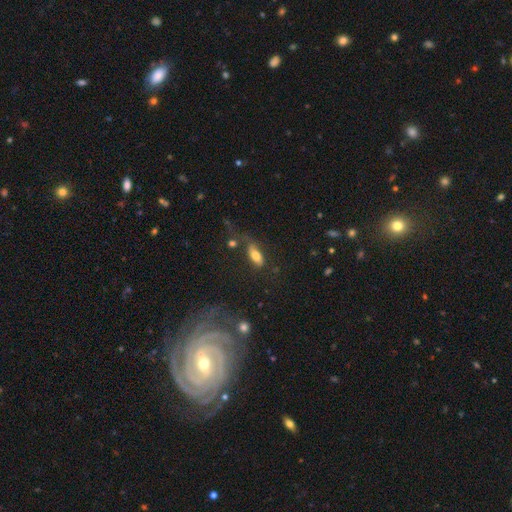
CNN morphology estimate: This is likely a smooth galaxy (72%). How rounded: likely in between (76%). Merging: possibly none (48%).